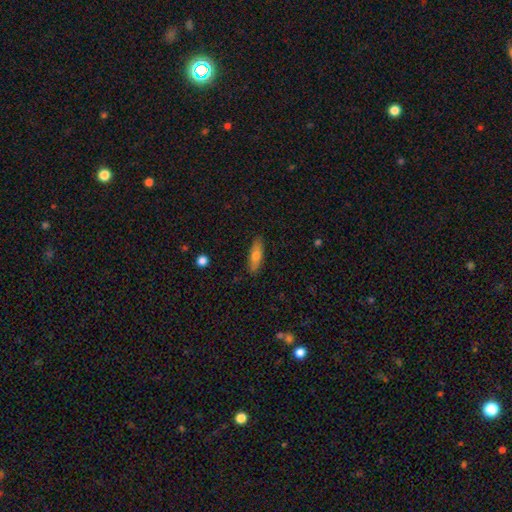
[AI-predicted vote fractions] Smooth or featured? smooth (69%)
How rounded? cigar-shaped (51%)
Merging? none (88%)